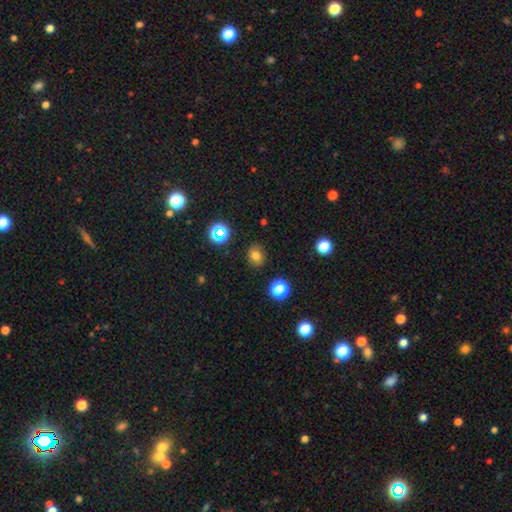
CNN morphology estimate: Smooth or featured? Predicted: smooth (p=0.75). How rounded? Predicted: round (p=0.55). Merging? Predicted: none (p=0.87).